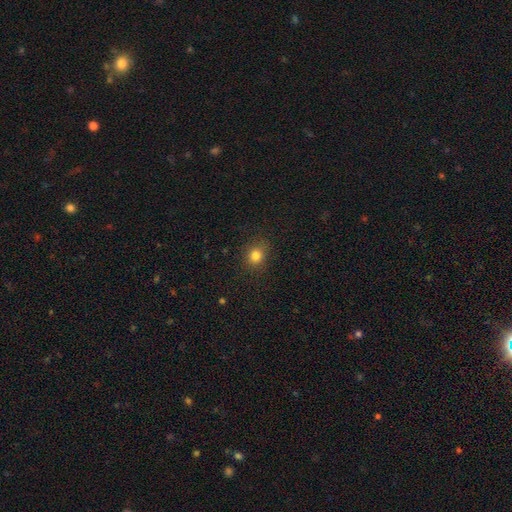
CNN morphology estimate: Smooth or featured?
  - smooth: 81% *
  - star or artifact: 13%
  - featured or disk: 6%
How rounded?
  - round: 74% *
  - in between: 25%
  - cigar-shaped: 1%
Merging?
  - none: 85% *
  - minor disturbance: 10%
  - major disturbance: 3%
  - merger: 1%